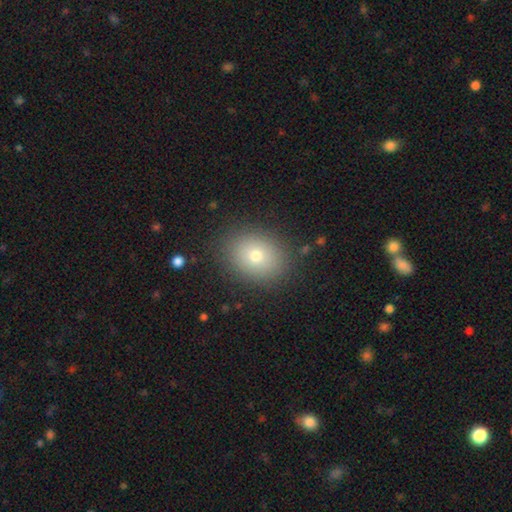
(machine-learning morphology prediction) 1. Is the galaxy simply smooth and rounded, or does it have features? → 73% smooth, 13% star or artifact, 13% featured or disk.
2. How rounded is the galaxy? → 50% round, 49% in between, 1% cigar-shaped.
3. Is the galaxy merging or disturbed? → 87% none, 9% minor disturbance, 3% major disturbance, 1% merger.